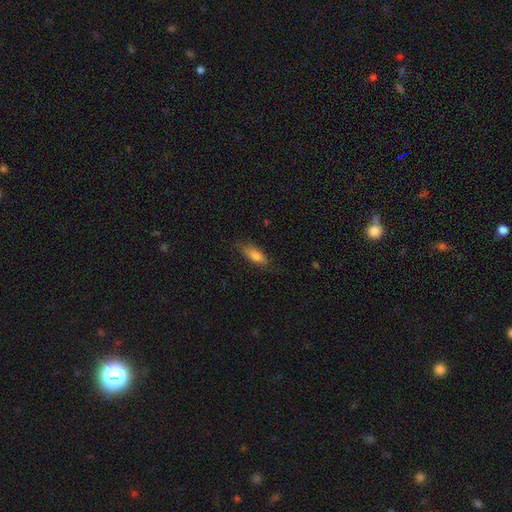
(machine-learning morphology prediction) Overall: smooth (78%). How rounded: in between (71%). Merging: none (74%).